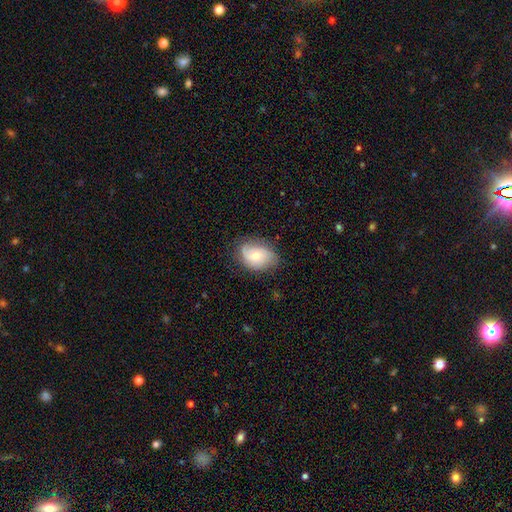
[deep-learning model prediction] This appears to be a smooth galaxy with no disk features (50%). Merging: none (71%).